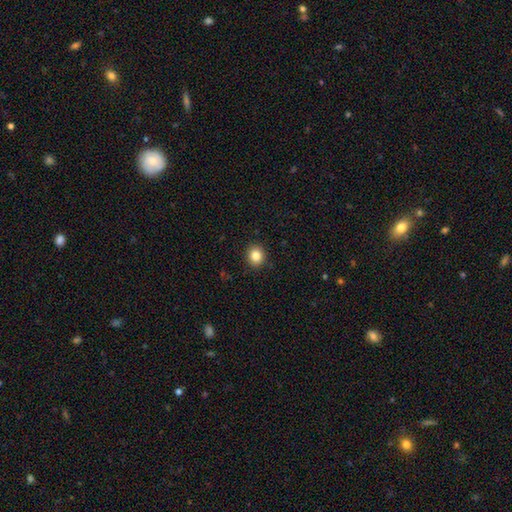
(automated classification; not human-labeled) A smooth galaxy with no disk features (84%) that is round (81%). Merging: none (91%).